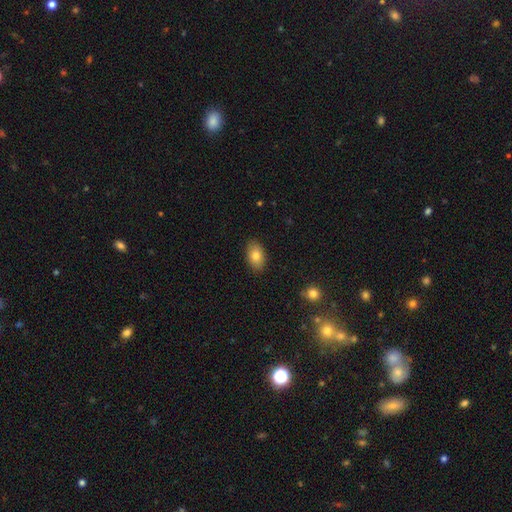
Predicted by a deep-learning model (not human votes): smooth-or-featured: smooth: 81% | featured or disk: 11% | star or artifact: 8%
  how-rounded: in between: 88% | round: 10% | cigar-shaped: 1%
  merging: none: 87% | minor disturbance: 9% | major disturbance: 2% | merger: 1%